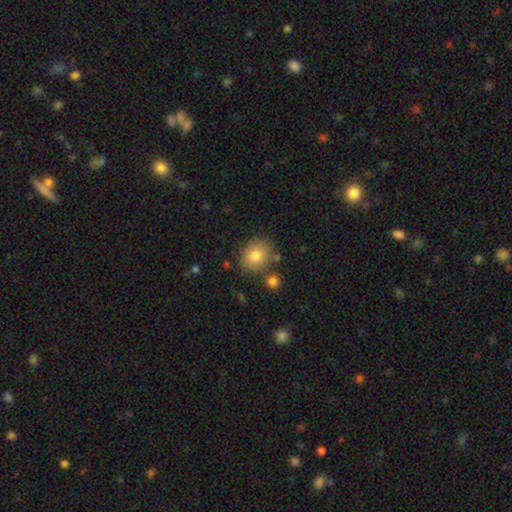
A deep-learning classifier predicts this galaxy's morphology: Smooth or featured: smooth — 81% (featured or disk — 11%)
How rounded: round — 64% (in between — 35%)
Merging: none — 76% (minor disturbance — 14%)